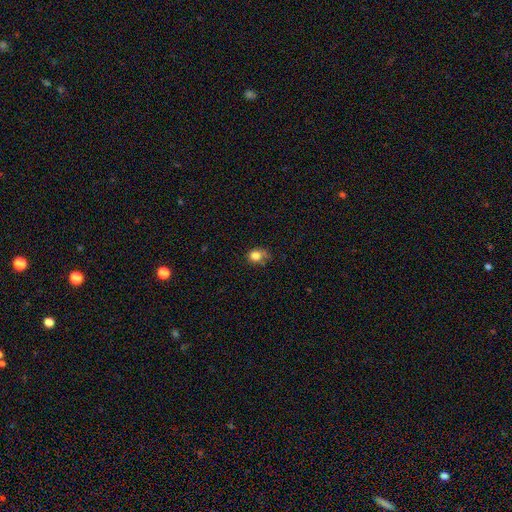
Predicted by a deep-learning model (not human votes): Smooth or featured? Predicted: smooth (p=0.80). How rounded? Predicted: round (p=0.63). Merging? Predicted: none (p=0.51).